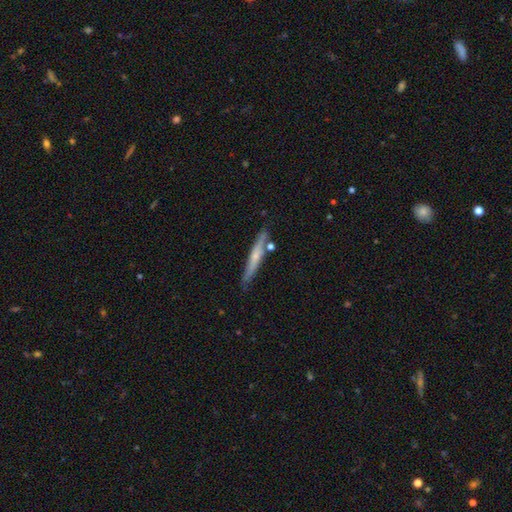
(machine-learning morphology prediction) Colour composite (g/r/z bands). It shows a featured or disk galaxy (53%) viewed edge-on (93%). Merging: none (78%).